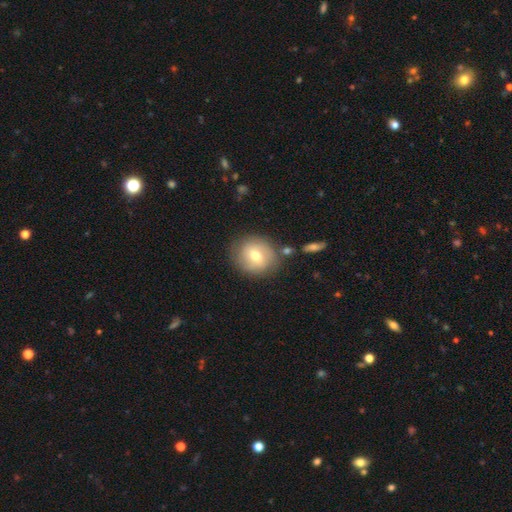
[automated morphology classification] Smooth or featured?
  - smooth: 61% *
  - featured or disk: 31%
  - star or artifact: 8%
How rounded?
  - round: 78% *
  - in between: 21%
  - cigar-shaped: 1%
Merging?
  - none: 77% *
  - minor disturbance: 14%
  - merger: 5%
  - major disturbance: 4%